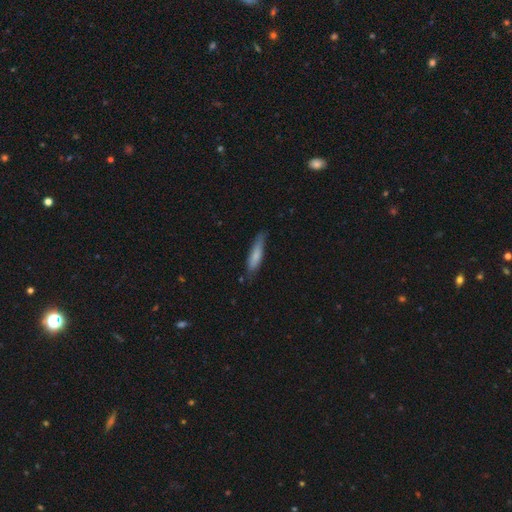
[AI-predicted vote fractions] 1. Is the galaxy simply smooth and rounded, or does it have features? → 77% smooth, 18% featured or disk, 6% star or artifact.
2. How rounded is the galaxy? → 78% cigar-shaped, 21% in between, 1% round.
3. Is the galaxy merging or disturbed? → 70% none, 24% minor disturbance, 4% major disturbance, 2% merger.